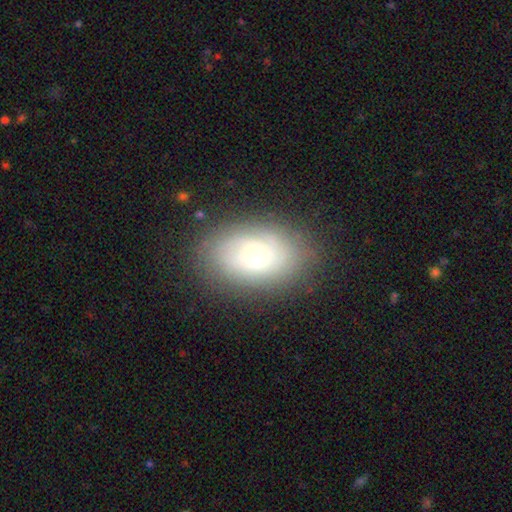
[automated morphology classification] type=featured or disk (59%); edge-on=no (93%); bar=no (52%); spiral arms=yes (74%); bulge=moderate (61%); merging=none (79%).